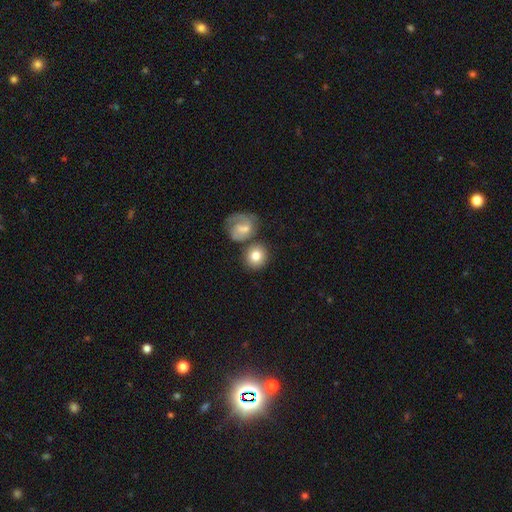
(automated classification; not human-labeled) smooth-or-featured: smooth: 76% | featured or disk: 16% | star or artifact: 8%
  how-rounded: round: 83% | in between: 15% | cigar-shaped: 1%
  merging: none: 68% | merger: 16% | minor disturbance: 11% | major disturbance: 5%